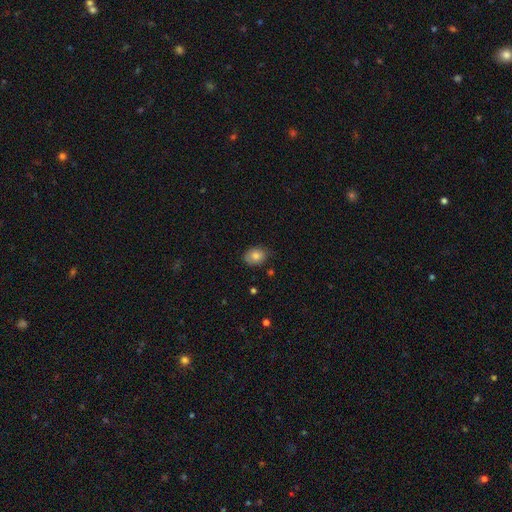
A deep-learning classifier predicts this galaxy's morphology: smooth_or_featured: smooth (p=0.80) [alt: featured or disk p=0.12]
how_rounded: in between (p=0.63) [alt: round p=0.36]
merging: none (p=0.74) [alt: minor disturbance p=0.21]